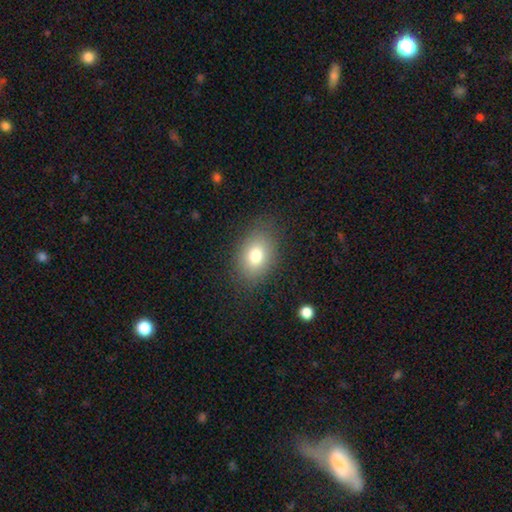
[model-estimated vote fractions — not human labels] smooth 77%, featured or disk 12%, star or artifact 10%. Down the decision tree: how rounded — in between (77%); merging — none (82%).